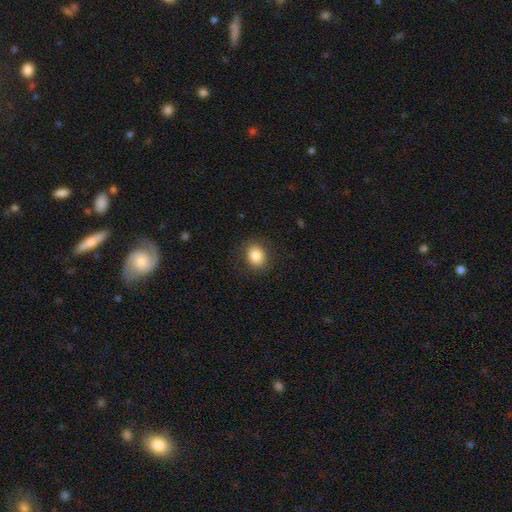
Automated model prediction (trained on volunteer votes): smooth_or_featured: smooth (p=0.85) [alt: star or artifact p=0.09]
how_rounded: round (p=0.61) [alt: in between p=0.38]
merging: none (p=0.88) [alt: minor disturbance p=0.08]